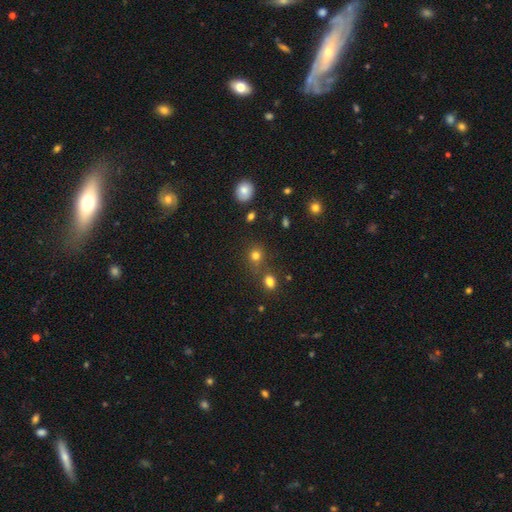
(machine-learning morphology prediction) Smooth or featured?
  - smooth: 77% *
  - star or artifact: 16%
  - featured or disk: 7%
How rounded?
  - round: 83% *
  - in between: 16%
  - cigar-shaped: 1%
Merging?
  - none: 68% *
  - merger: 17%
  - minor disturbance: 10%
  - major disturbance: 4%